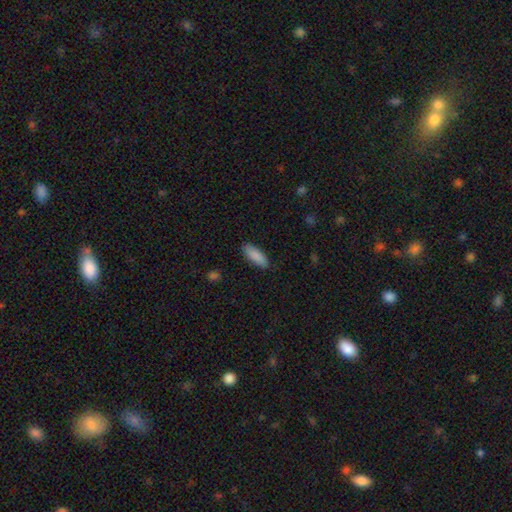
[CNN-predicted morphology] Q: Smooth or featured?
A: smooth (89%); runner-up: star or artifact (6%)
Q: How rounded?
A: in between (66%); runner-up: cigar-shaped (33%)
Q: Merging?
A: none (88%); runner-up: minor disturbance (9%)